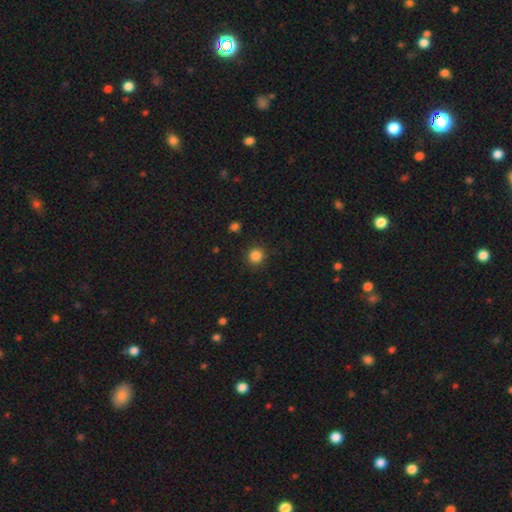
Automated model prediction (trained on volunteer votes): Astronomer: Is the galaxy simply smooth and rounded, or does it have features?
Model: smooth — 85%.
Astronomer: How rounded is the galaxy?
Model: round — 92%.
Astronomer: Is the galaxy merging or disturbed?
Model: none — 89%.